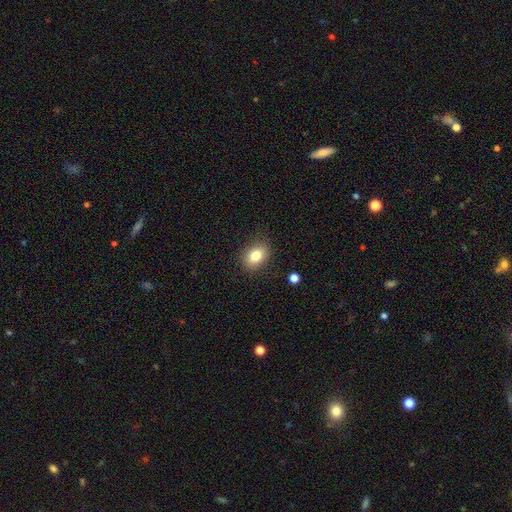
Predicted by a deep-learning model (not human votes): smooth_or_featured: smooth (p=0.81) [alt: featured or disk p=0.10]
how_rounded: in between (p=0.71) [alt: round p=0.28]
merging: none (p=0.85) [alt: minor disturbance p=0.11]